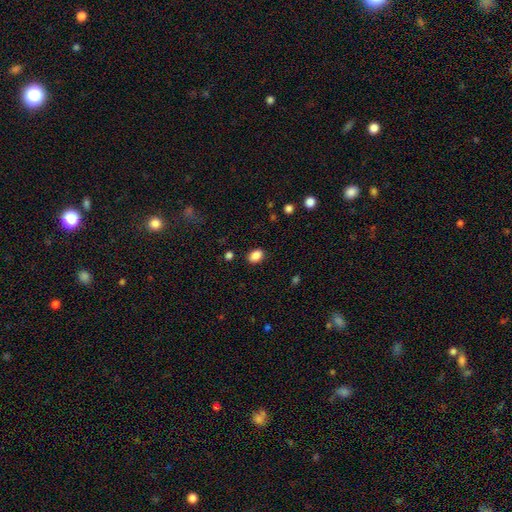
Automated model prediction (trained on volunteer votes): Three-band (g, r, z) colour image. It shows a smooth galaxy with no disk features (87%) that is in between round and cigar-shaped (75%). Merging: none (87%).